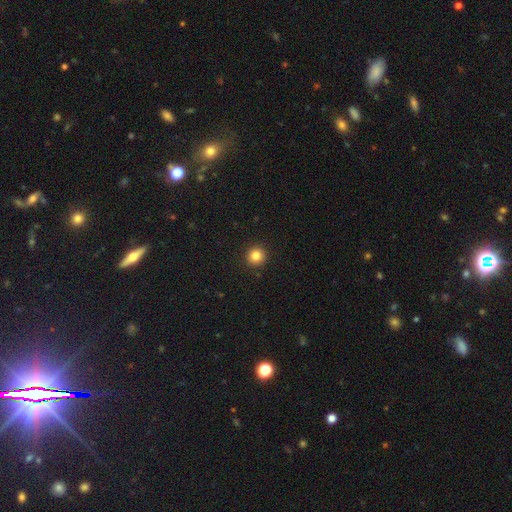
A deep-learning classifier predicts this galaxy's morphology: A smooth galaxy with no disk features (84%) that is round (95%). Merging: none (92%).